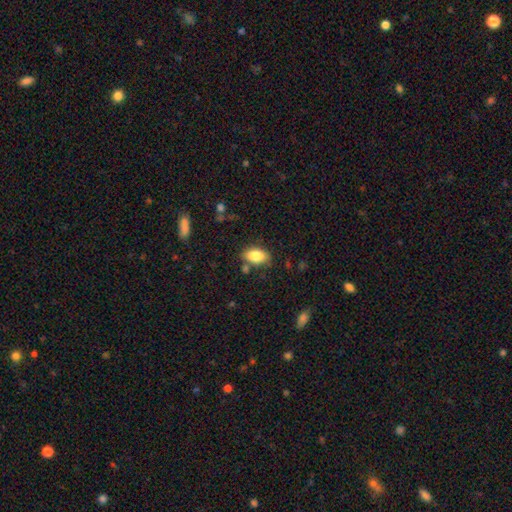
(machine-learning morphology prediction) Q: Smooth or featured?
A: smooth (83%); runner-up: featured or disk (9%)
Q: How rounded?
A: in between (89%); runner-up: round (8%)
Q: Merging?
A: none (75%); runner-up: minor disturbance (16%)